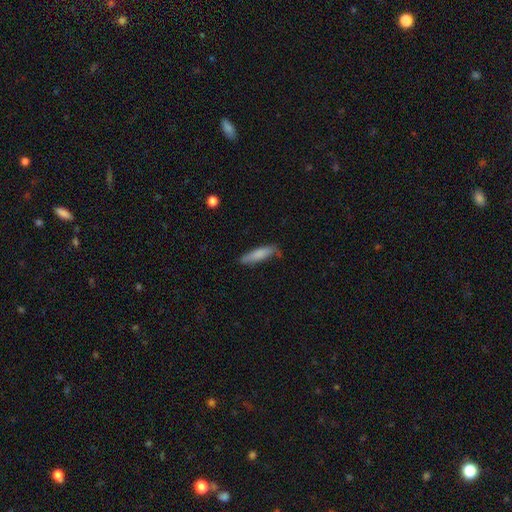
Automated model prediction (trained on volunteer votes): The model was most divided on "smooth or featured": smooth: 71%, featured or disk: 22%, star or artifact: 8%. More confident: how rounded — cigar-shaped (76%); merging — none (72%).